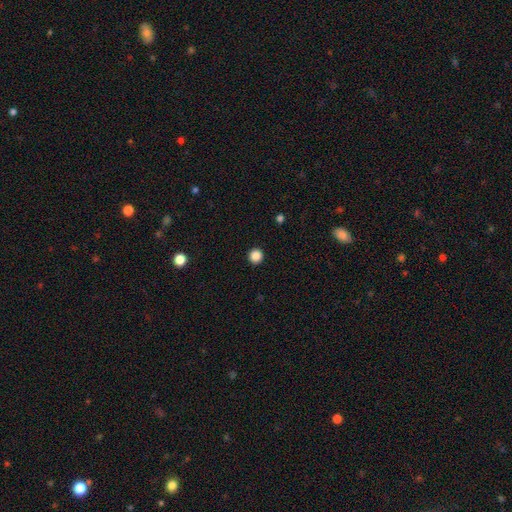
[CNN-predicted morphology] Overall: smooth (86%). How rounded: round (96%). Merging: none (94%).